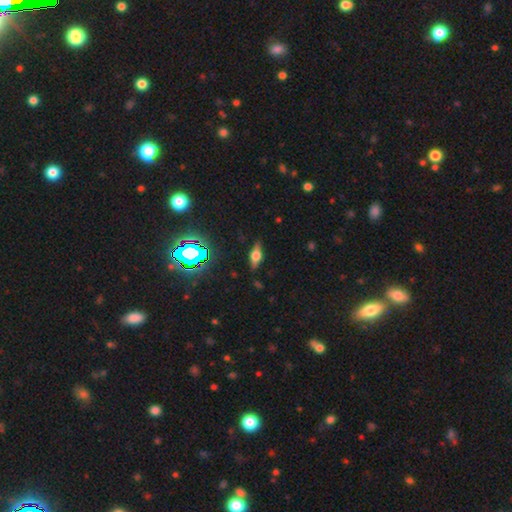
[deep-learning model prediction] Overall: featured or disk (48%; smooth 36%). Merging: none (83%).